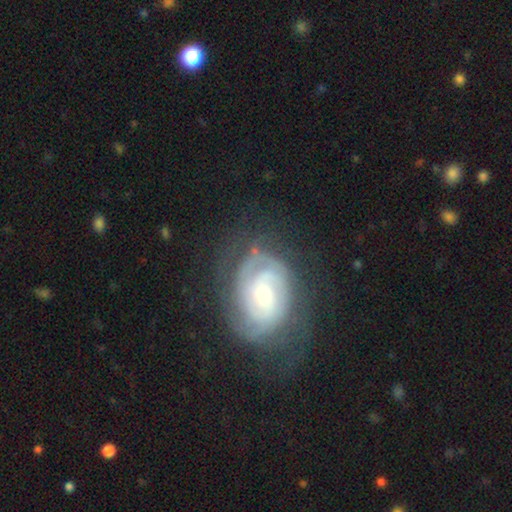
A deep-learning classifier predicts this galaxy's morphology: Smooth or featured? Predicted: featured or disk (p=0.77). Edge-on disk? Predicted: no (p=0.97). Bar? Predicted: no (p=0.58). Spiral arms? Predicted: yes (p=0.92). Spiral winding? Predicted: tight (p=0.67). Spiral arm count? Predicted: 2 (p=0.37). Bulge size? Predicted: moderate (p=0.48). Merging? Predicted: none (p=0.73).